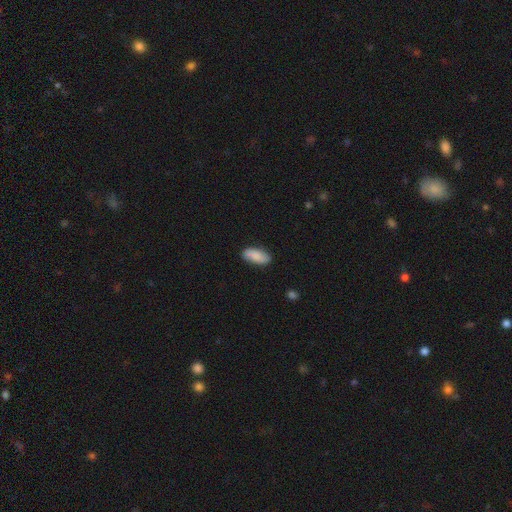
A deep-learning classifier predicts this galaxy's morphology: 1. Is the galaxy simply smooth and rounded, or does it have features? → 81% smooth, 13% featured or disk, 7% star or artifact.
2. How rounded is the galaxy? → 89% in between, 8% cigar-shaped, 2% round.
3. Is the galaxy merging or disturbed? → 84% none, 13% minor disturbance, 2% major disturbance, 1% merger.